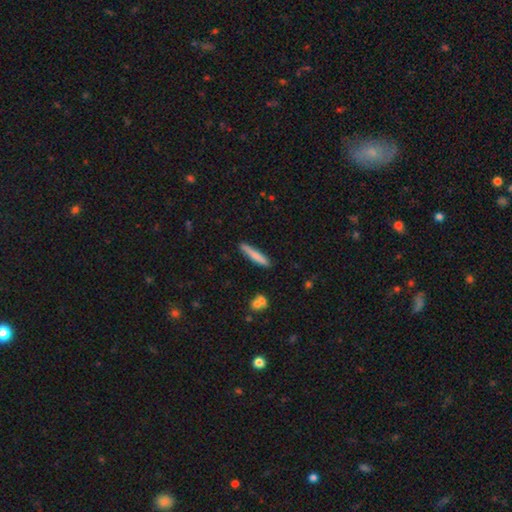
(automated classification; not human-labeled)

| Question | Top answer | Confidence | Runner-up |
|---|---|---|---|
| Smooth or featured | smooth | 75% | featured or disk (19%) |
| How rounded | cigar-shaped | 92% | in between (6%) |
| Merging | none | 87% | minor disturbance (9%) |